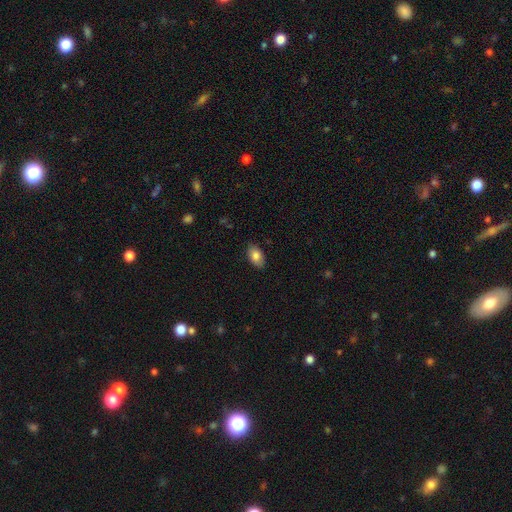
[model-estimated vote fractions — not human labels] Morphology: type=smooth (83%); roundness=in between (91%); merging=none (85%).